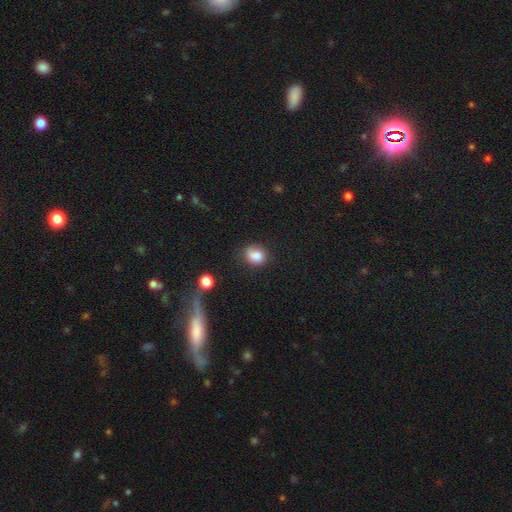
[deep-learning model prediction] This is clearly a smooth galaxy (83%). How rounded: possibly round (53%). Merging: likely none (61%).